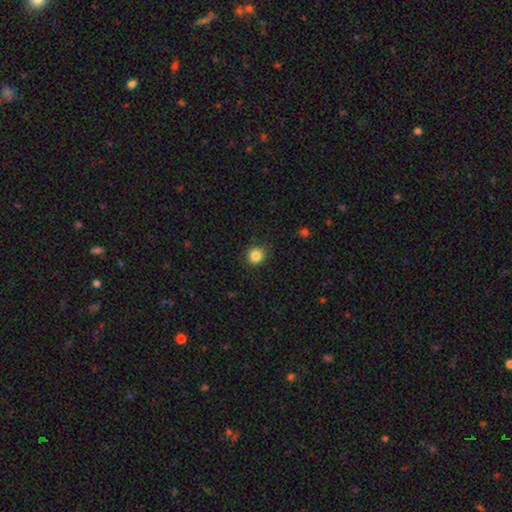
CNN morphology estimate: This is clearly a smooth galaxy (85%). How rounded: clearly round (91%). Merging: clearly none (87%).